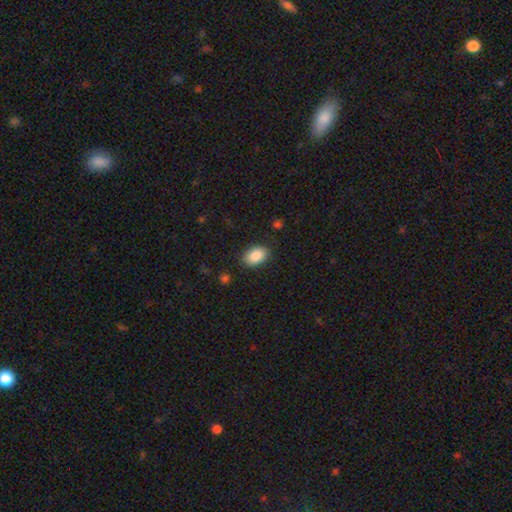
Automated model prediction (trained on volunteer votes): Smooth or featured? smooth (88%)
How rounded? in between (89%)
Merging? none (86%)